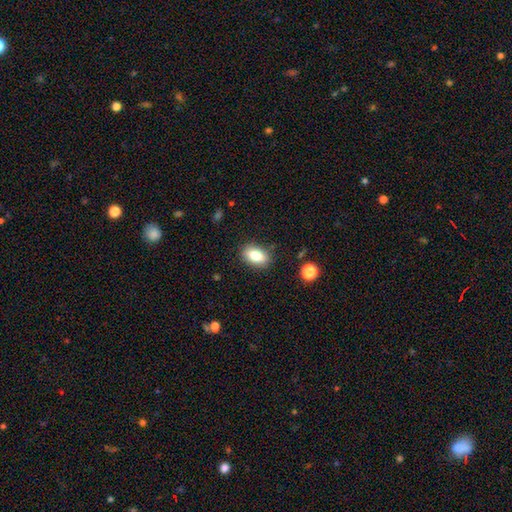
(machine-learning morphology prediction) type=smooth (82%); roundness=in between (88%); merging=none (86%).